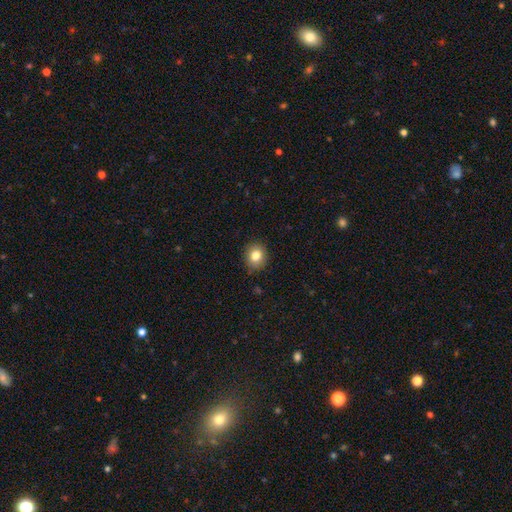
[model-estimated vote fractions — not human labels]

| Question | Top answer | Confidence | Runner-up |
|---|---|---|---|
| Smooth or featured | smooth | 83% | star or artifact (10%) |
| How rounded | round | 77% | in between (22%) |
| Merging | none | 89% | minor disturbance (8%) |